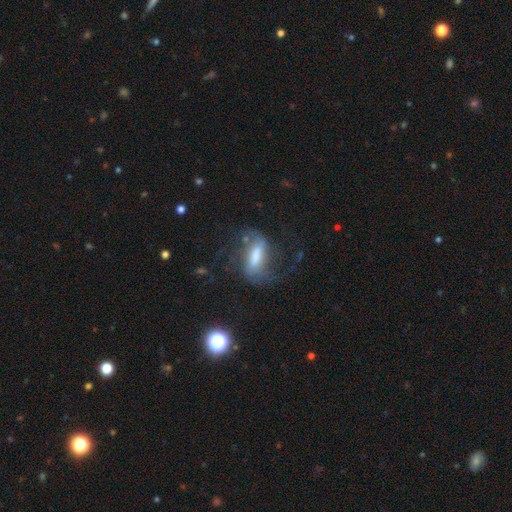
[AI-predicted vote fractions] This appears to be a featured or disk galaxy (64%) with a strong bar (46%), spiral arms (85%) and a moderate central bulge (37%). Merging: none (49%).